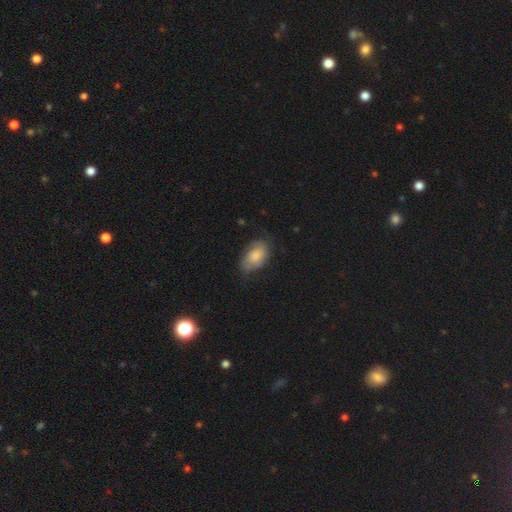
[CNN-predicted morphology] This is likely a smooth galaxy (68%). How rounded: clearly in between (91%). Merging: possibly none (55%).